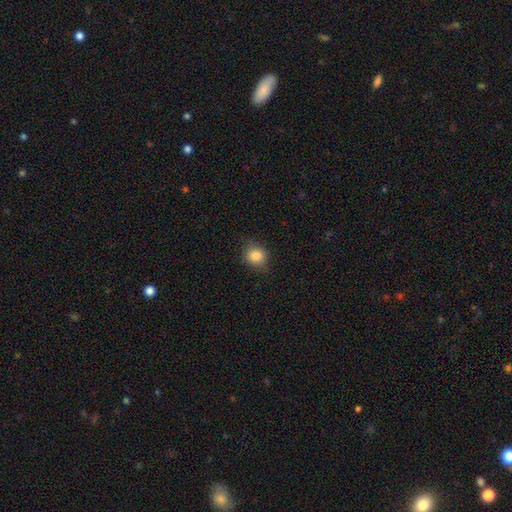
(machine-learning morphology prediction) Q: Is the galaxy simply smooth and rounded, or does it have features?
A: smooth — 85%.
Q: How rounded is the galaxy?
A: round — 78%.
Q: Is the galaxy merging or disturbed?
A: none — 82%.